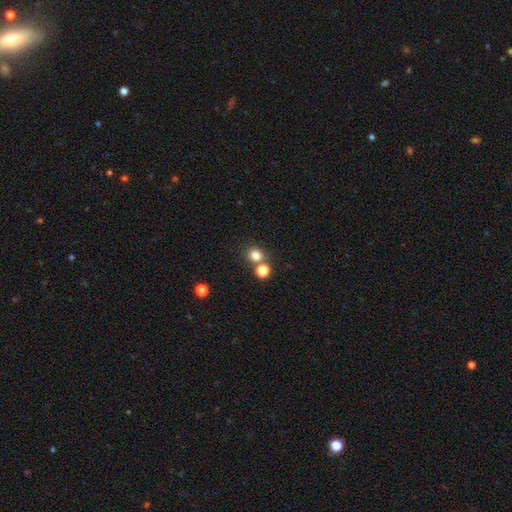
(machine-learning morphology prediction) Q: Smooth or featured?
A: smooth (79%); runner-up: star or artifact (15%)
Q: How rounded?
A: round (85%); runner-up: in between (14%)
Q: Merging?
A: none (67%); runner-up: merger (23%)